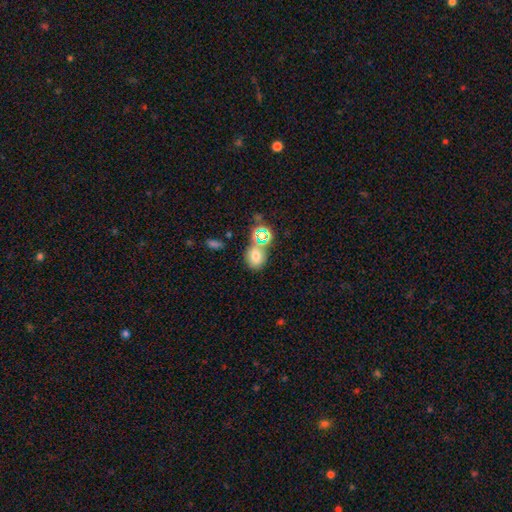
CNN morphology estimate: This is likely a smooth galaxy (67%). How rounded: possibly in between (55%). Merging: likely none (62%).